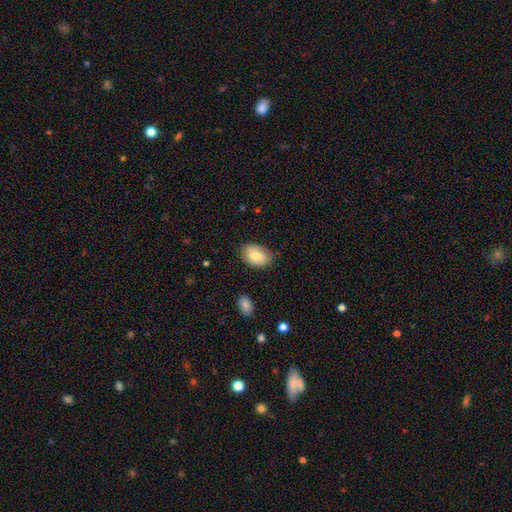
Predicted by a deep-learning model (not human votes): Smooth or featured? Predicted: smooth (p=0.76). How rounded? Predicted: in between (p=0.88). Merging? Predicted: none (p=0.80).